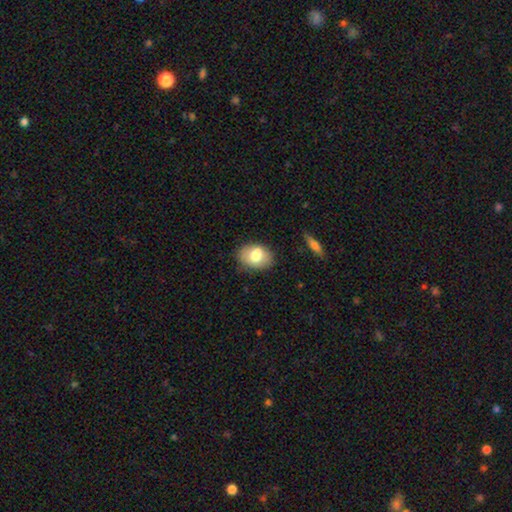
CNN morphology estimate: Smooth or featured? Predicted: smooth (p=0.73). How rounded? Predicted: in between (p=0.75). Merging? Predicted: none (p=0.75).